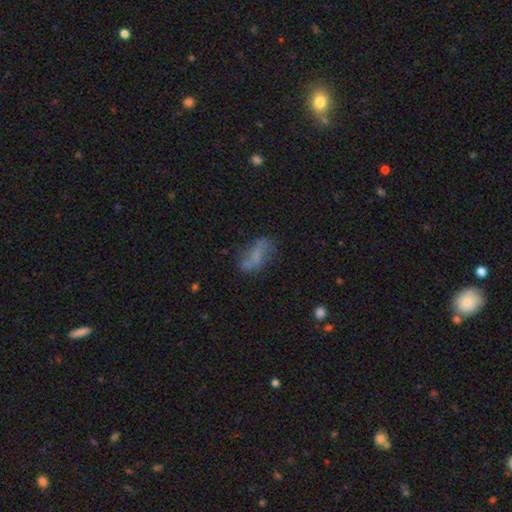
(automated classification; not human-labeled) Smooth or featured: smooth — 44% (tied with featured or disk — 44%)
Merging: none — 58% (minor disturbance — 23%)